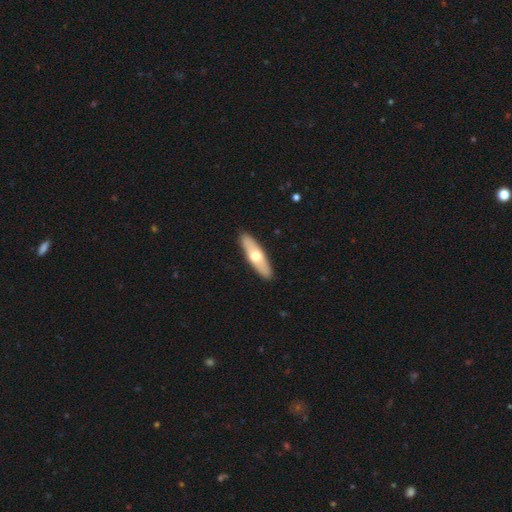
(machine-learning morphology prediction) Smooth or featured?
  - smooth: 53% *
  - featured or disk: 42%
  - star or artifact: 5%
How rounded?
  - cigar-shaped: 61% *
  - in between: 37%
  - round: 2%
Merging?
  - none: 91% *
  - minor disturbance: 7%
  - major disturbance: 1%
  - merger: 1%